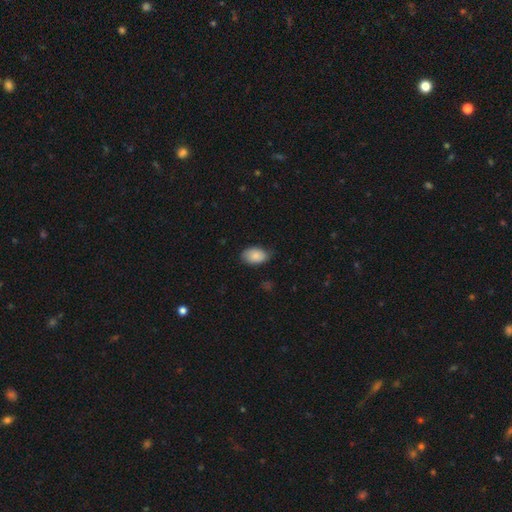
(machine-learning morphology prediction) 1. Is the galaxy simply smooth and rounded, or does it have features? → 85% smooth, 8% featured or disk, 7% star or artifact.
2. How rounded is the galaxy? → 89% in between, 9% round, 1% cigar-shaped.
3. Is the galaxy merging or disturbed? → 75% none, 21% minor disturbance, 3% major disturbance, 1% merger.